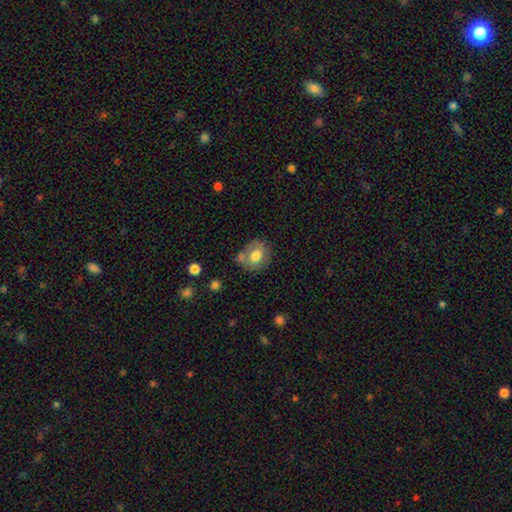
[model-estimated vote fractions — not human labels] Morphology: type=smooth (73%); roundness=round (71%); merging=none (60%).